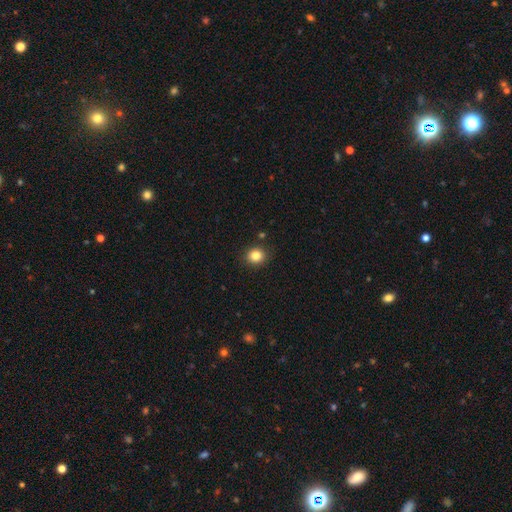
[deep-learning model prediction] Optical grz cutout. It shows a smooth galaxy with no disk features (83%) that is round (79%). Merging: none (89%).